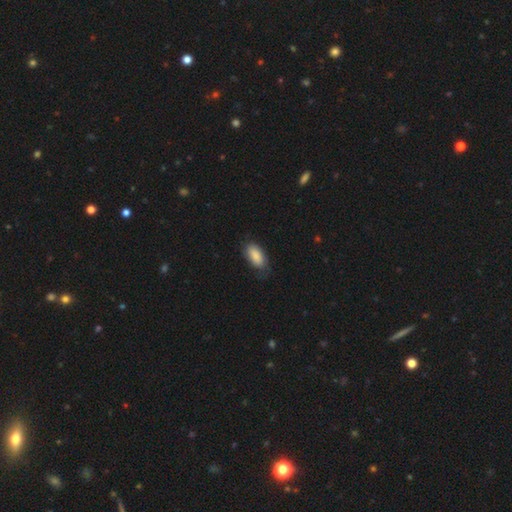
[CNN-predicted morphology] The model was most divided on "merging": none: 73%, minor disturbance: 21%, major disturbance: 5%, merger: 1%. More confident: how rounded — in between (91%); smooth or featured — smooth (86%).